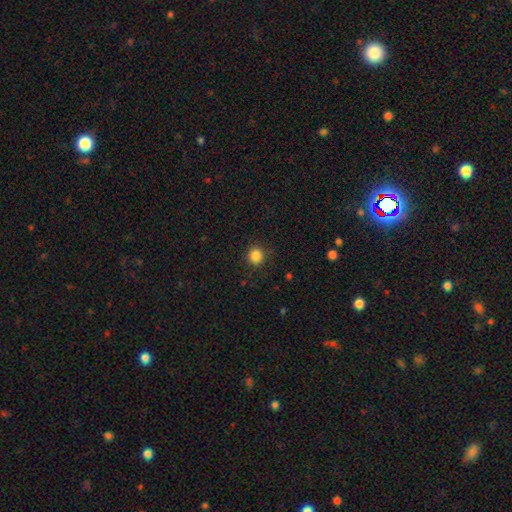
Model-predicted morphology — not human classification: Overall: smooth (86%). How rounded: round (90%). Merging: none (88%).